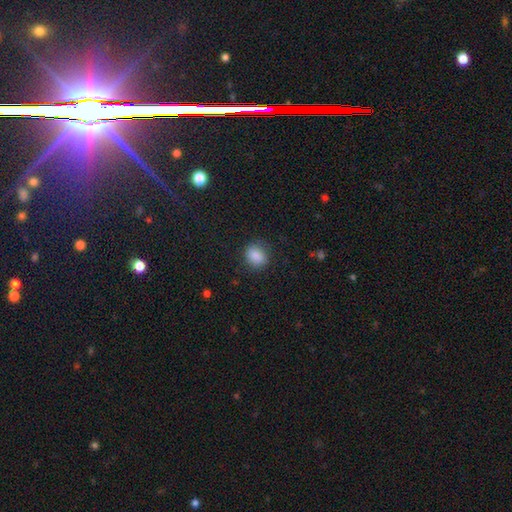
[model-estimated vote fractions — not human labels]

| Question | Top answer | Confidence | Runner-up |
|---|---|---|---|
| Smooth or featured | smooth | 86% | star or artifact (9%) |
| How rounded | round | 62% | in between (37%) |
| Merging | none | 82% | minor disturbance (13%) |